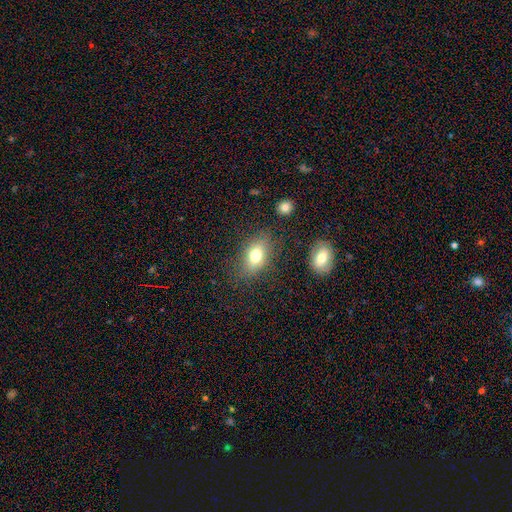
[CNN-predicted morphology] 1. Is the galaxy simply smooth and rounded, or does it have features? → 75% smooth, 15% featured or disk, 10% star or artifact.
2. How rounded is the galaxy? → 79% in between, 18% round, 3% cigar-shaped.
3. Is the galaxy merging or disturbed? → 78% none, 14% minor disturbance, 5% major disturbance, 3% merger.